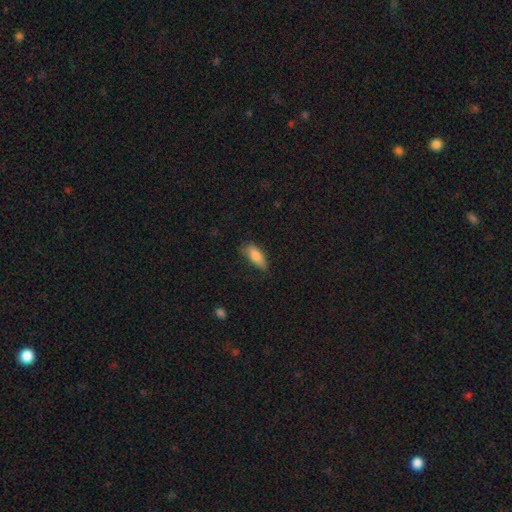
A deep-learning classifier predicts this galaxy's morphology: Overall: smooth (83%). How rounded: in between (80%). Merging: none (61%; minor disturbance 29%).